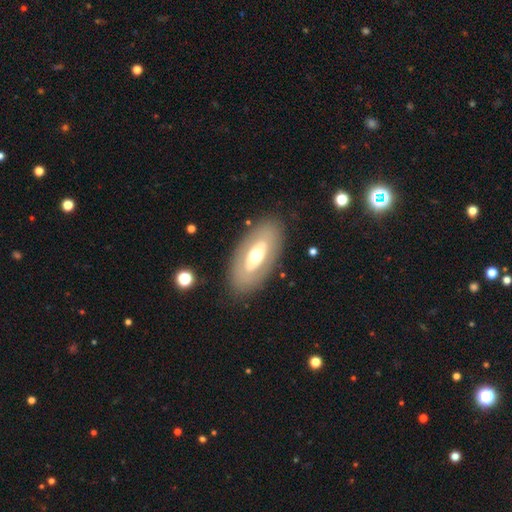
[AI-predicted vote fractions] A featured or disk galaxy (50%).

Vote fractions:
- Smooth or featured? featured or disk: 50% / smooth: 43% / star or artifact: 6%
- Edge-on disk? no: 84% / yes: 16%
- Merging? none: 84% / minor disturbance: 10% / major disturbance: 5% / merger: 1%